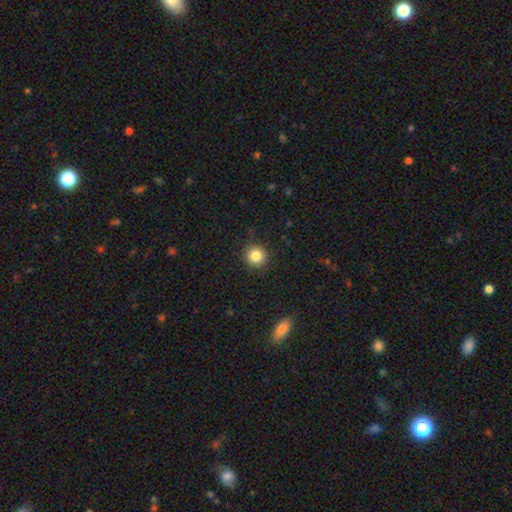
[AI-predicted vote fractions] Smooth or featured: smooth — 84% (star or artifact — 11%)
How rounded: round — 94% (in between — 5%)
Merging: none — 91% (minor disturbance — 6%)